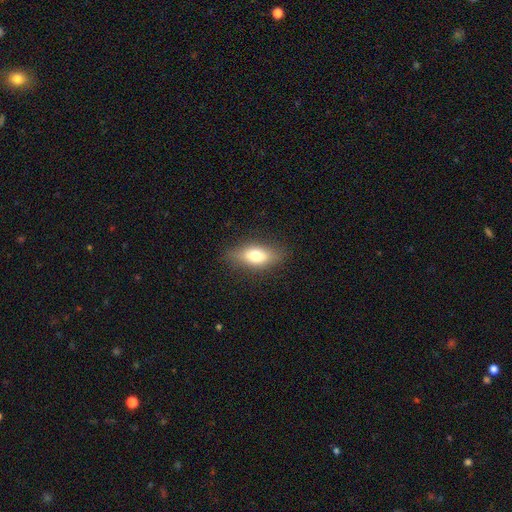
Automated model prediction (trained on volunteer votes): Q: Smooth or featured?
A: smooth (71%); runner-up: featured or disk (21%)
Q: How rounded?
A: in between (79%); runner-up: cigar-shaped (15%)
Q: Merging?
A: none (81%); runner-up: minor disturbance (14%)